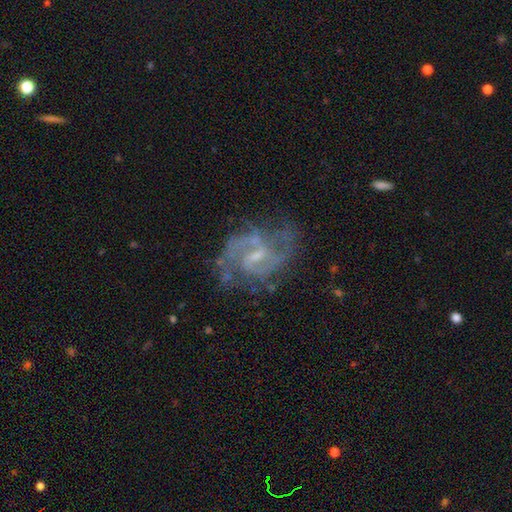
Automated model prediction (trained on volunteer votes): smooth_or_featured: featured or disk (p=0.88) [alt: star or artifact p=0.07]
disk_edge_on: no (p=0.98) [alt: yes p=0.02]
bar: weak (p=0.62) [alt: no p=0.19]
has_spiral_arms: yes (p=0.95) [alt: no p=0.05]
spiral_winding: medium (p=0.58) [alt: loose p=0.21]
spiral_arm_count: 2 (p=0.75) [alt: can't tell p=0.10]
bulge_size: small (p=0.57) [alt: moderate p=0.27]
merging: none (p=0.64) [alt: minor disturbance p=0.20]